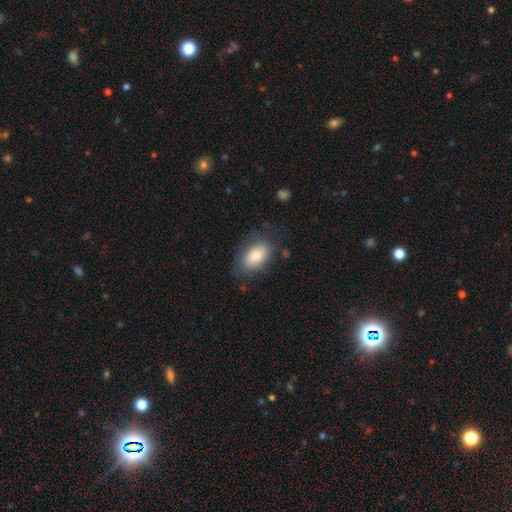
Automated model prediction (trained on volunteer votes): The model was most divided on "merging": none: 72%, minor disturbance: 19%, major disturbance: 7%, merger: 2%. More confident: how rounded — in between (91%); smooth or featured — smooth (81%).